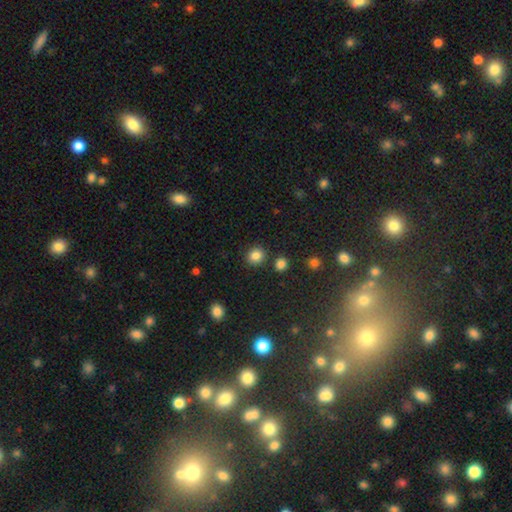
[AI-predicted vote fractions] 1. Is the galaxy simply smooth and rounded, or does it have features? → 85% smooth, 11% star or artifact, 4% featured or disk.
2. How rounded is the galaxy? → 84% round, 15% in between, 1% cigar-shaped.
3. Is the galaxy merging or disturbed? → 85% none, 7% minor disturbance, 5% merger, 2% major disturbance.